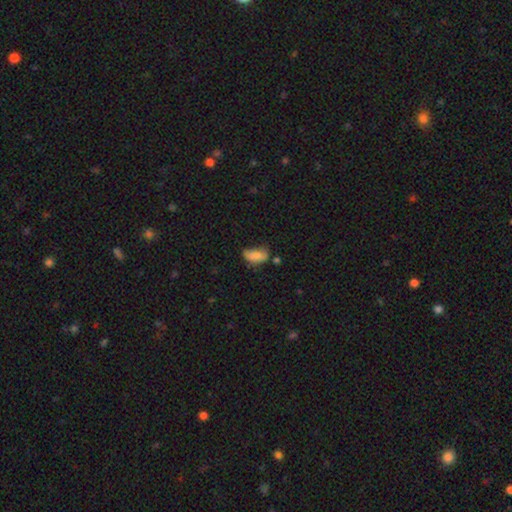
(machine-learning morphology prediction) smooth_or_featured: smooth (p=0.81) [alt: featured or disk p=0.10]
how_rounded: in between (p=0.87) [alt: cigar-shaped p=0.09]
merging: none (p=0.42) [alt: minor disturbance p=0.37]